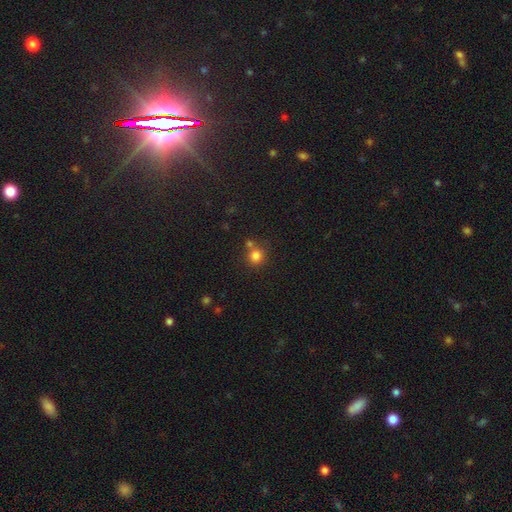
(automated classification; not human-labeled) Morphology: type=smooth (81%); roundness=round (89%); merging=none (65%).